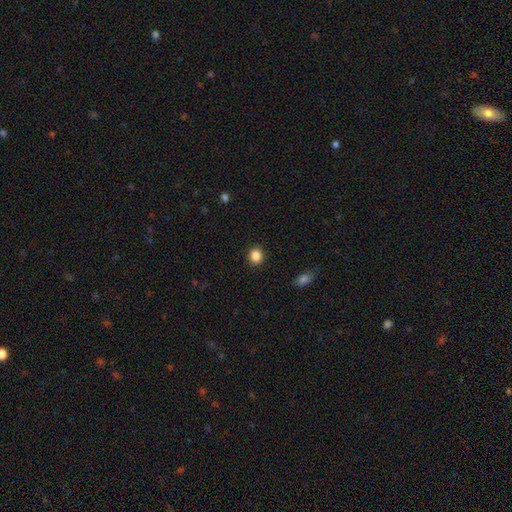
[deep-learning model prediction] Smooth or featured?
  - smooth: 86% *
  - star or artifact: 10%
  - featured or disk: 4%
How rounded?
  - round: 72% *
  - in between: 27%
  - cigar-shaped: 1%
Merging?
  - none: 90% *
  - minor disturbance: 6%
  - major disturbance: 2%
  - merger: 1%